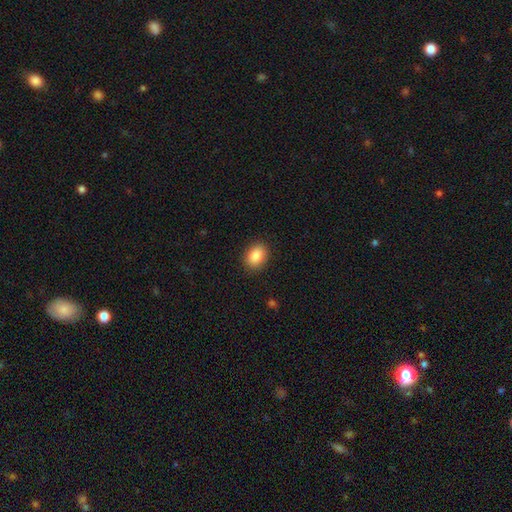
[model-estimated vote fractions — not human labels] Smooth or featured? Predicted: smooth (p=0.88). How rounded? Predicted: in between (p=0.74). Merging? Predicted: none (p=0.89).